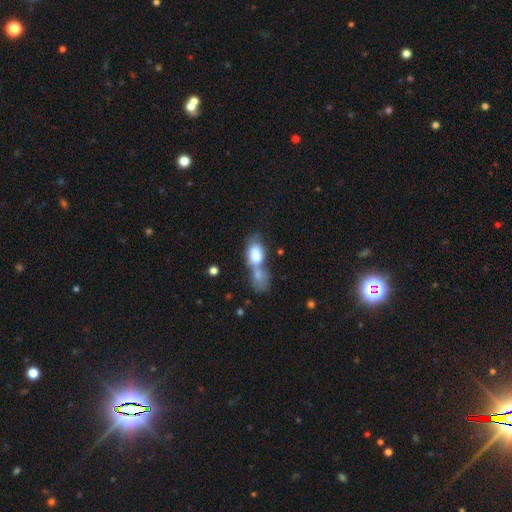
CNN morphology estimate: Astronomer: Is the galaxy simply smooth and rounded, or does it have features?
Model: smooth — 72%.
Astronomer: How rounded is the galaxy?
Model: in between — 82%.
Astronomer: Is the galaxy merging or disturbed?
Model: merger — 61%.